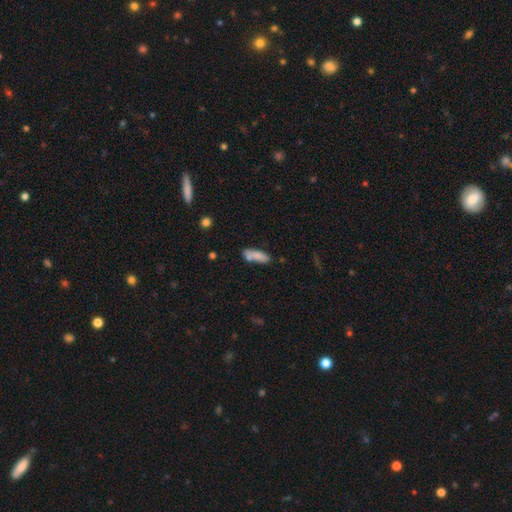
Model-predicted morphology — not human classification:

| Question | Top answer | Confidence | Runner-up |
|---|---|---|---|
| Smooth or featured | smooth | 78% | featured or disk (14%) |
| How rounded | in between | 54% | cigar-shaped (44%) |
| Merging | none | 58% | merger (19%) |